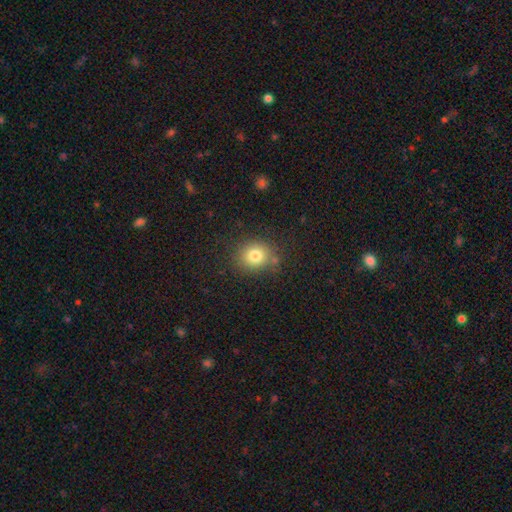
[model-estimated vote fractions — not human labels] This appears to be a smooth galaxy with no disk features (78%) that is round (78%). Merging: none (82%).